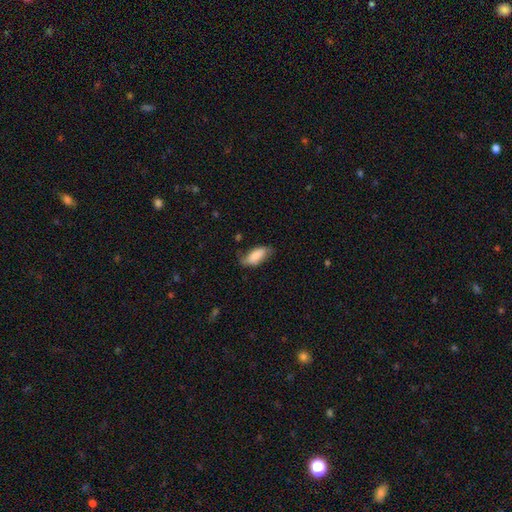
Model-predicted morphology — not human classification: smooth_or_featured: smooth (p=0.80) [alt: featured or disk p=0.13]
how_rounded: in between (p=0.87) [alt: cigar-shaped p=0.11]
merging: none (p=0.56) [alt: minor disturbance p=0.33]